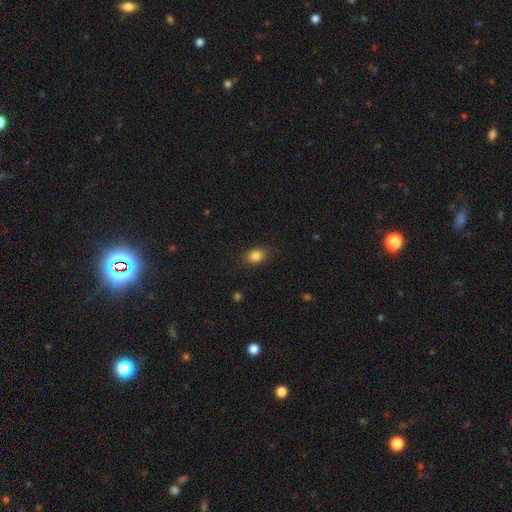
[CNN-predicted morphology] Smooth or featured?
  - smooth: 84% *
  - star or artifact: 10%
  - featured or disk: 6%
How rounded?
  - in between: 70% *
  - round: 28%
  - cigar-shaped: 1%
Merging?
  - none: 86% *
  - minor disturbance: 10%
  - major disturbance: 3%
  - merger: 1%